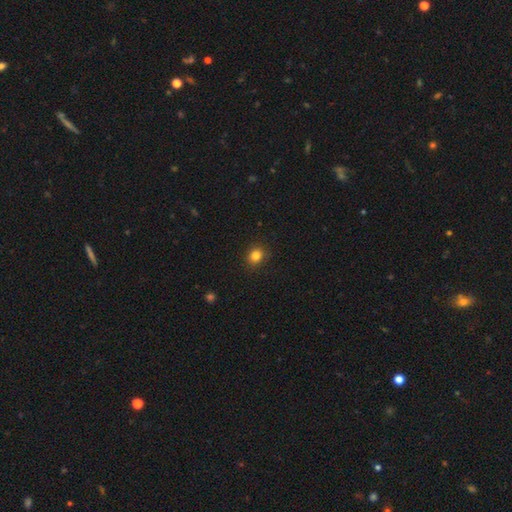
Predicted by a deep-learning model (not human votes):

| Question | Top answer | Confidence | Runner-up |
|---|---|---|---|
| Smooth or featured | smooth | 83% | star or artifact (12%) |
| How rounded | round | 75% | in between (25%) |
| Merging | none | 89% | minor disturbance (8%) |